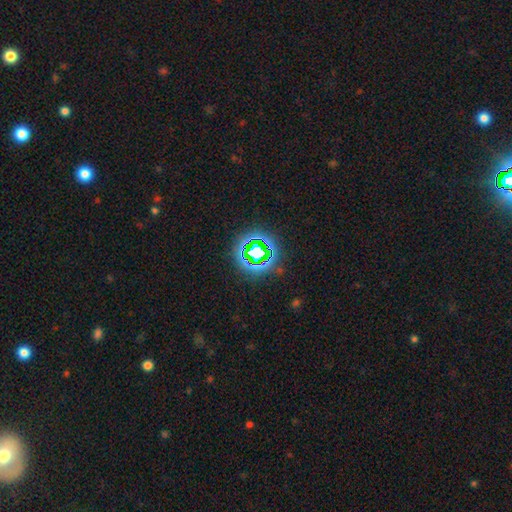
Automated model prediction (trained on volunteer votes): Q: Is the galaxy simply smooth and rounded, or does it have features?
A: star or artifact — 67%.